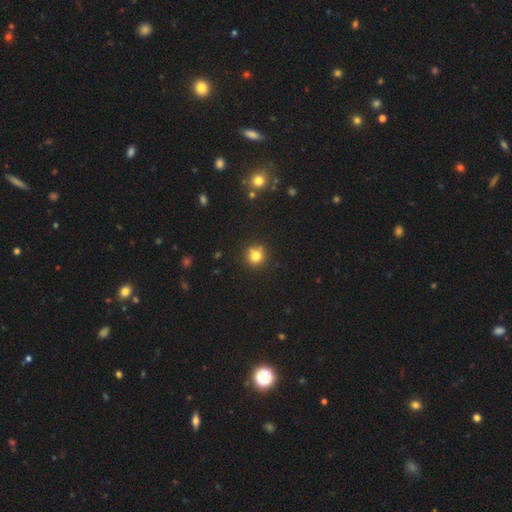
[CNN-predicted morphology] Smooth or featured?
  - smooth: 79% *
  - star or artifact: 14%
  - featured or disk: 8%
How rounded?
  - round: 91% *
  - in between: 8%
  - cigar-shaped: 1%
Merging?
  - none: 81% *
  - minor disturbance: 11%
  - merger: 6%
  - major disturbance: 3%